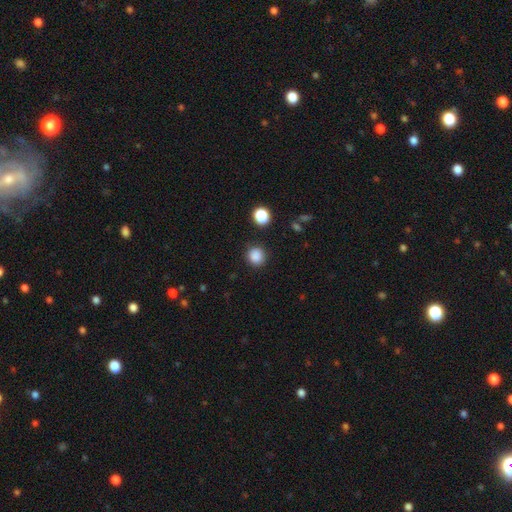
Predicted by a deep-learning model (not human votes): A smooth galaxy with no disk features (86%) that is round (88%). Merging: none (88%).